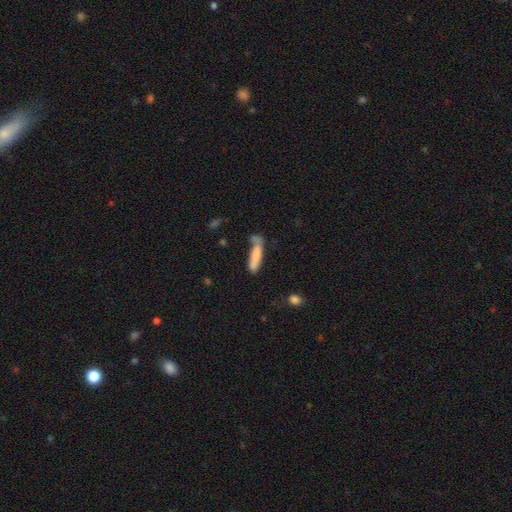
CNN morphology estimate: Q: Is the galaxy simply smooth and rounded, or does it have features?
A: smooth — 74%.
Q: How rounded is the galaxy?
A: cigar-shaped — 76%.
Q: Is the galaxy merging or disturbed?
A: none — 47%.